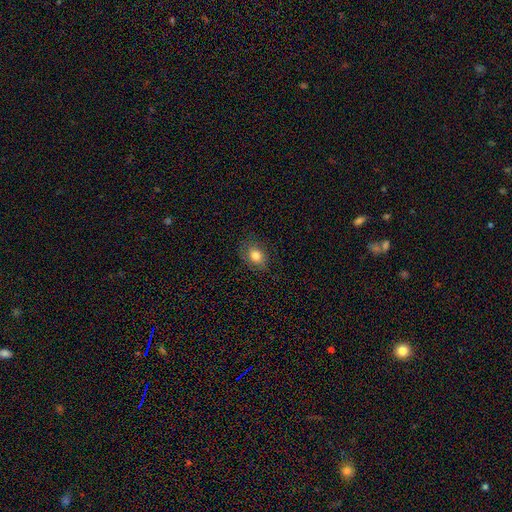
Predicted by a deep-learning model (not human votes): This is likely a smooth galaxy (79%). How rounded: likely in between (63%). Merging: likely none (79%).